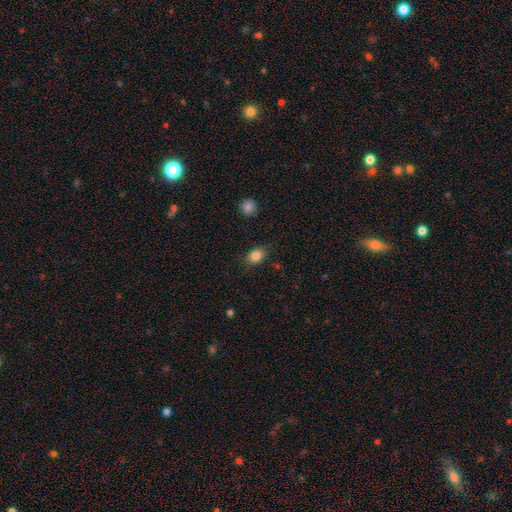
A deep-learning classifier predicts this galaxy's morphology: Smooth or featured: smooth — 85% (star or artifact — 9%)
How rounded: in between — 74% (round — 25%)
Merging: none — 82% (minor disturbance — 13%)